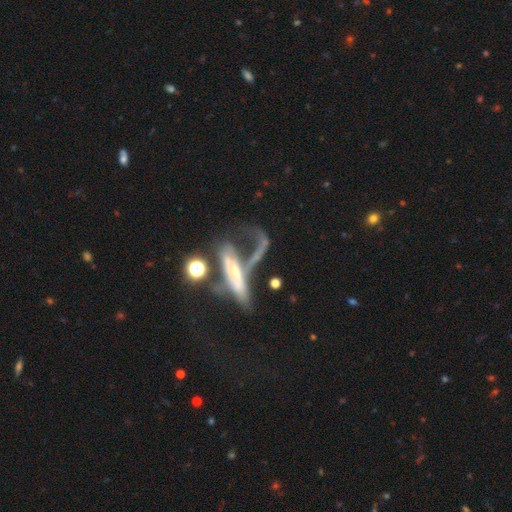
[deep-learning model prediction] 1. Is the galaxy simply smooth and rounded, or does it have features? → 63% featured or disk, 25% smooth, 12% star or artifact.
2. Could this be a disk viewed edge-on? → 58% no, 42% yes.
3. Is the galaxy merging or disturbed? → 42% major disturbance, 30% merger, 18% none, 10% minor disturbance.